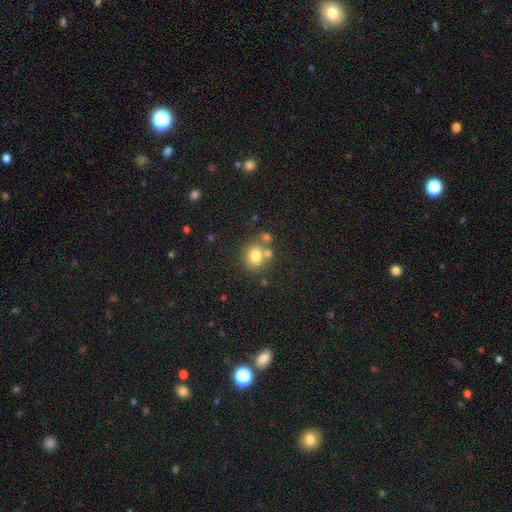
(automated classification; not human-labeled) Smooth or featured: smooth — 76% (star or artifact — 12%)
How rounded: round — 75% (in between — 24%)
Merging: none — 60% (merger — 24%)